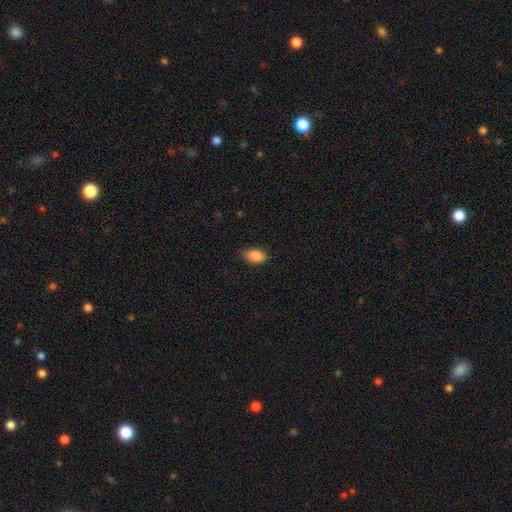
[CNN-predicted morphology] smooth-or-featured: smooth: 87% | star or artifact: 8% | featured or disk: 5%
  how-rounded: in between: 90% | round: 9% | cigar-shaped: 2%
  merging: none: 73% | minor disturbance: 23% | major disturbance: 3% | merger: 1%